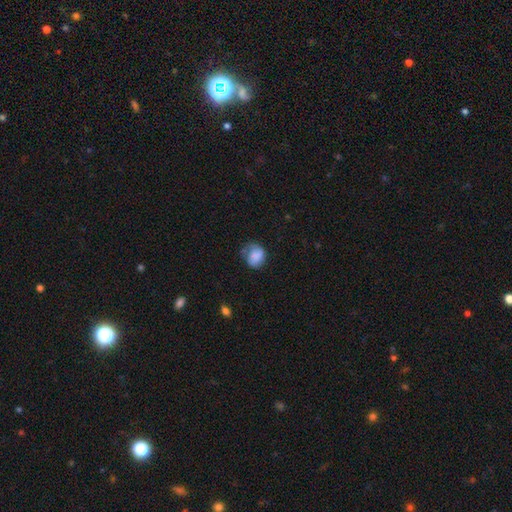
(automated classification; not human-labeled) Morphology: type=smooth (67%); roundness=round (65%); merging=none (46%).